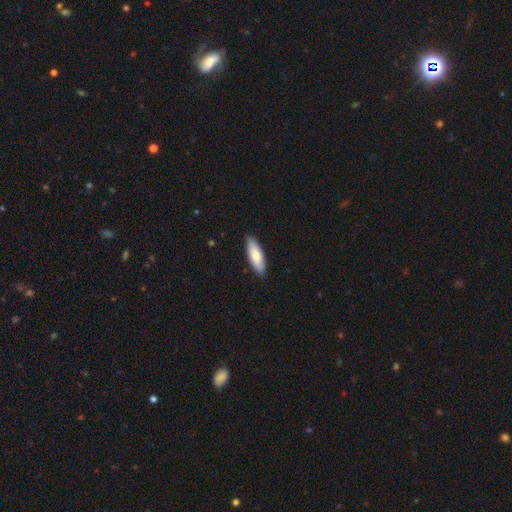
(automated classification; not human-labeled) smooth_or_featured: smooth (p=0.78) [alt: featured or disk p=0.17]
how_rounded: in between (p=0.60) [alt: cigar-shaped p=0.38]
merging: none (p=0.89) [alt: minor disturbance p=0.09]